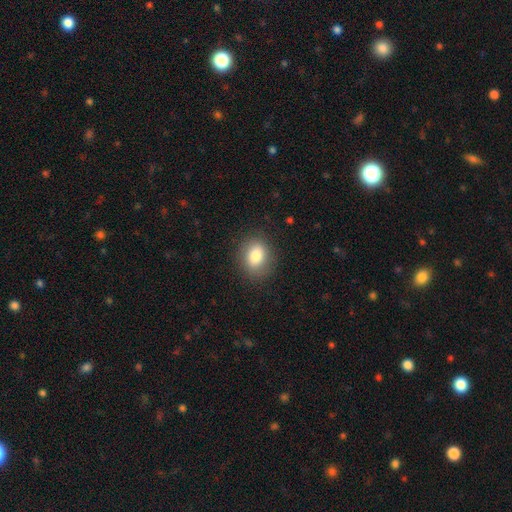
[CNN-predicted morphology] Smooth or featured? smooth (82%)
How rounded? in between (55%)
Merging? none (85%)